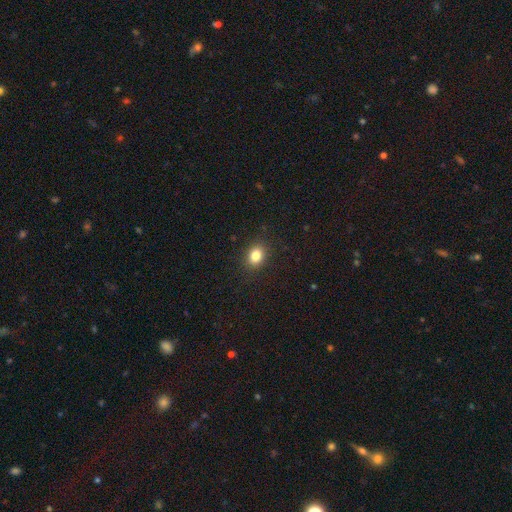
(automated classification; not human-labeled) Smooth or featured? Predicted: smooth (p=0.84). How rounded? Predicted: in between (p=0.59). Merging? Predicted: none (p=0.89).